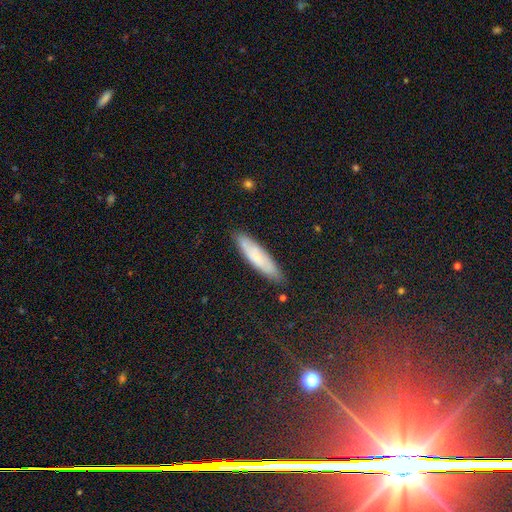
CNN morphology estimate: smooth 66%, featured or disk 24%, star or artifact 10%. Down the decision tree: how rounded — cigar-shaped (80%); merging — none (87%).